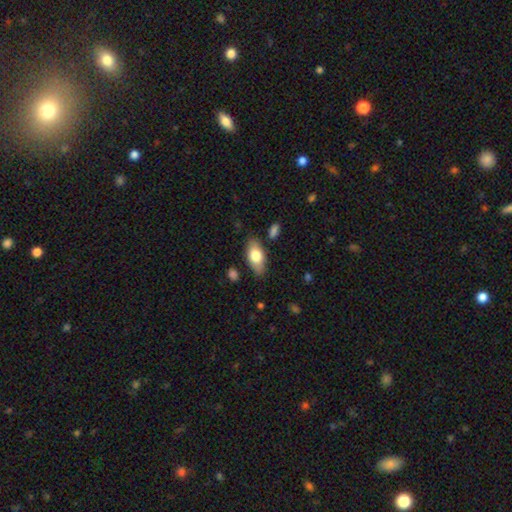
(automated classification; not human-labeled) This appears to be a smooth galaxy with no disk features (73%) that is in between round and cigar-shaped (89%). Merging: none (81%).